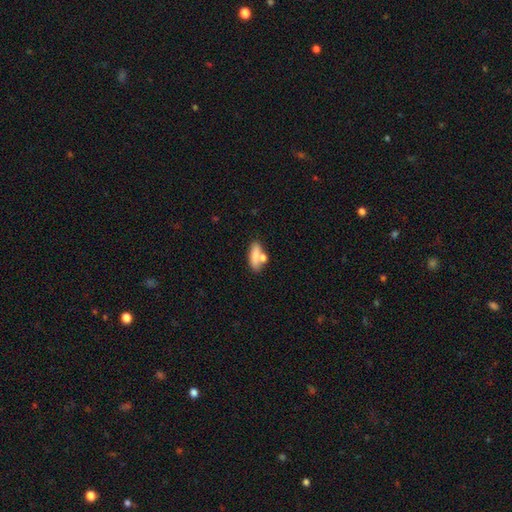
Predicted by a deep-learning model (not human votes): Smooth or featured? smooth (73%)
How rounded? in between (63%)
Merging? none (51%)